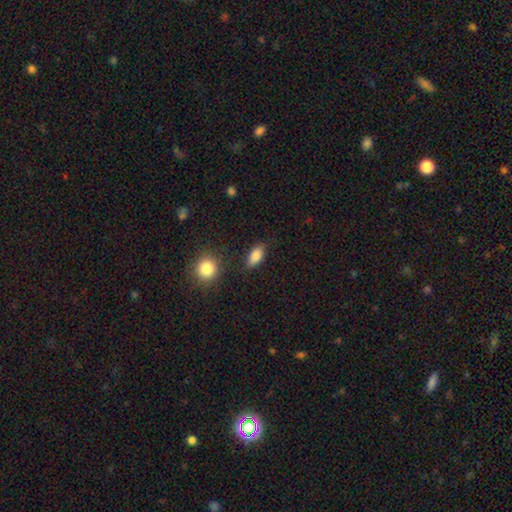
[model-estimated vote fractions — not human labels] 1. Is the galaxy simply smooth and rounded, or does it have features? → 85% smooth, 8% star or artifact, 6% featured or disk.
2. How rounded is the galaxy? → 87% in between, 7% cigar-shaped, 6% round.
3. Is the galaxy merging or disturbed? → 77% none, 15% minor disturbance, 4% major disturbance, 3% merger.